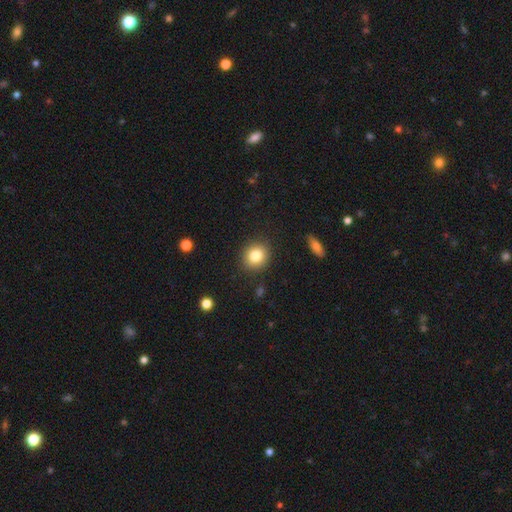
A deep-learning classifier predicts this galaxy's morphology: Smooth or featured?
  - smooth: 82% *
  - star or artifact: 10%
  - featured or disk: 8%
How rounded?
  - round: 82% *
  - in between: 17%
  - cigar-shaped: 1%
Merging?
  - none: 89% *
  - minor disturbance: 7%
  - major disturbance: 2%
  - merger: 1%